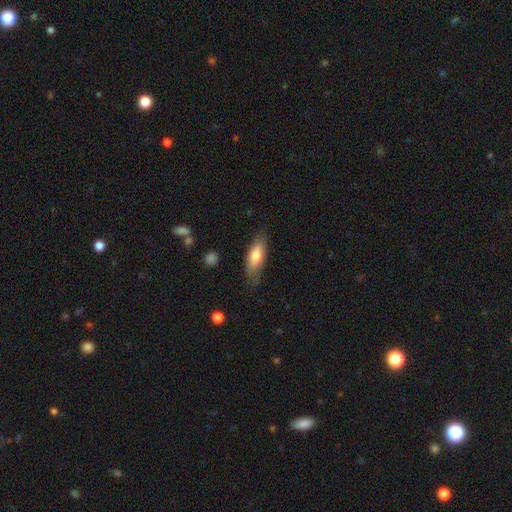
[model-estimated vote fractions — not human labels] Overall: smooth (72%). How rounded: in between (65%; cigar-shaped 33%). Merging: none (75%).